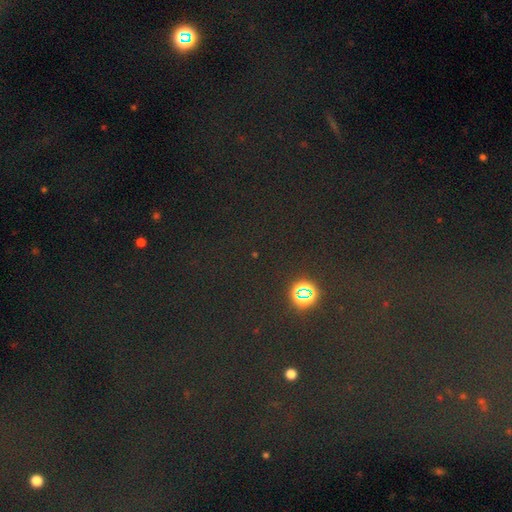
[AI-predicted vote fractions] A star or artifact, not a galaxy (75%).

Vote fractions:
- Smooth or featured? star or artifact: 75% / smooth: 16% / featured or disk: 9%